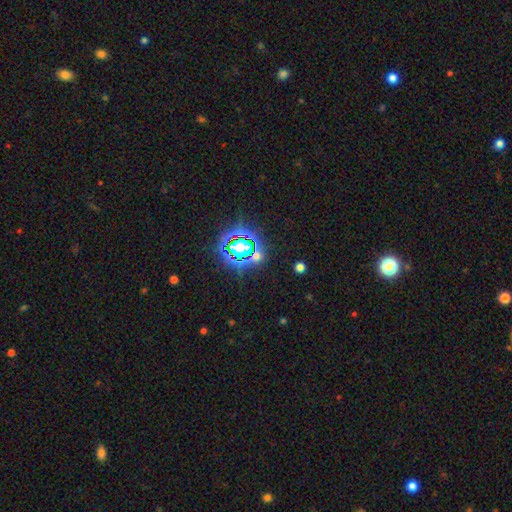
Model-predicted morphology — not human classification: The model was most divided on "smooth or featured": star or artifact: 69%, smooth: 22%, featured or disk: 9%.